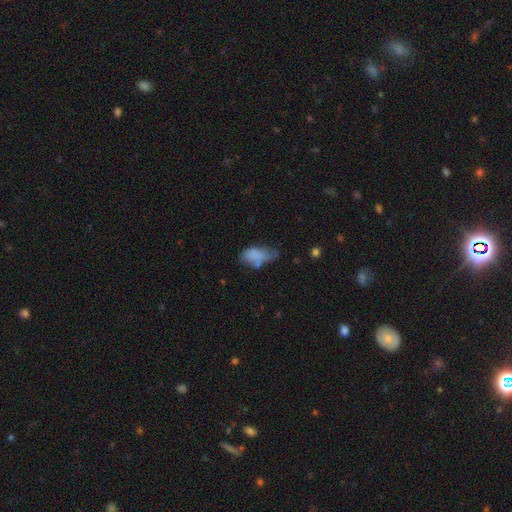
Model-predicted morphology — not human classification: smooth-or-featured: smooth: 71% | featured or disk: 19% | star or artifact: 10%
  how-rounded: in between: 90% | round: 5% | cigar-shaped: 5%
  merging: minor disturbance: 35% | major disturbance: 28% | none: 27% | merger: 10%